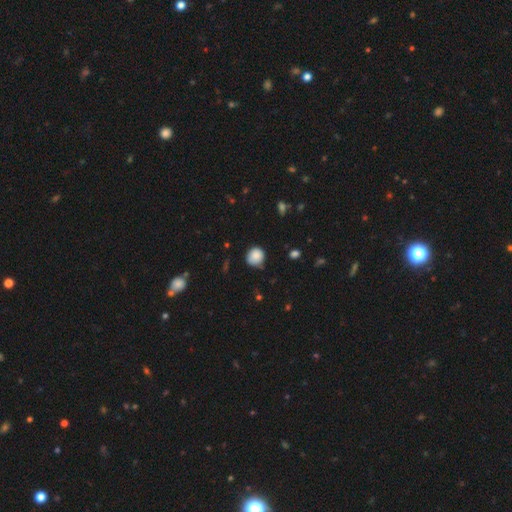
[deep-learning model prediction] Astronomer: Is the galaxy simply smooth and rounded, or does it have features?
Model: smooth — 85%.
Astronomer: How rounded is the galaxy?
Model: round — 87%.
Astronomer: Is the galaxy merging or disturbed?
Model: none — 71%.